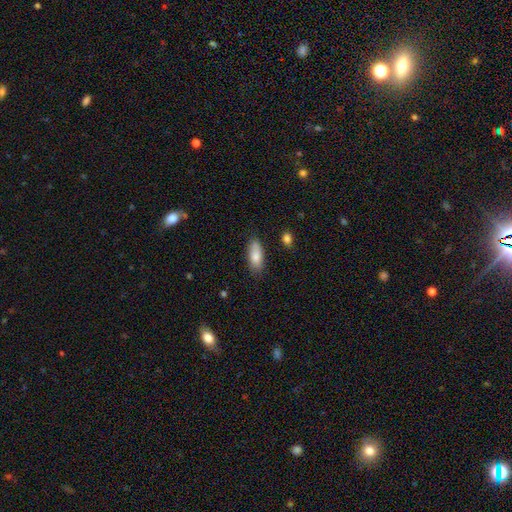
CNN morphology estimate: This appears to be a smooth galaxy with no disk features (83%) that is in between round and cigar-shaped (79%). Merging: none (78%).